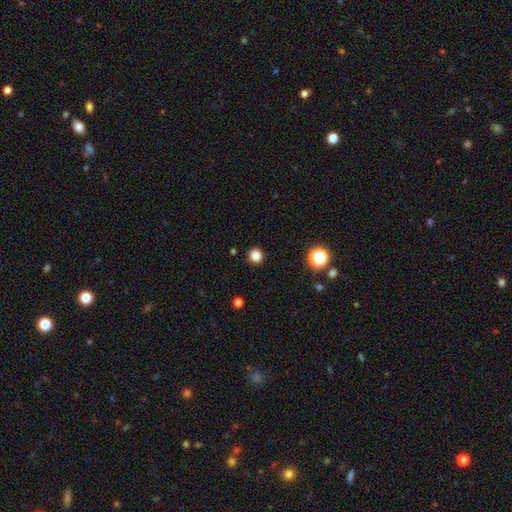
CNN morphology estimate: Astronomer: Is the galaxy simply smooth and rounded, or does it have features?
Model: smooth — 83%.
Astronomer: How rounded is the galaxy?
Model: round — 91%.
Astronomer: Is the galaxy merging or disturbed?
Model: none — 92%.